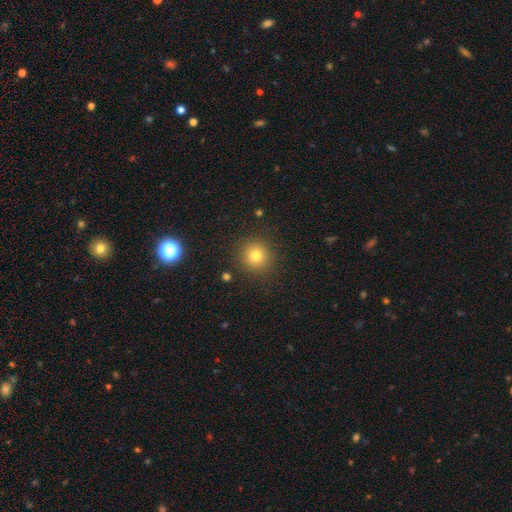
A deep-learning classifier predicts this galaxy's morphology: This is likely a smooth galaxy (79%). How rounded: clearly round (93%). Merging: clearly none (89%).